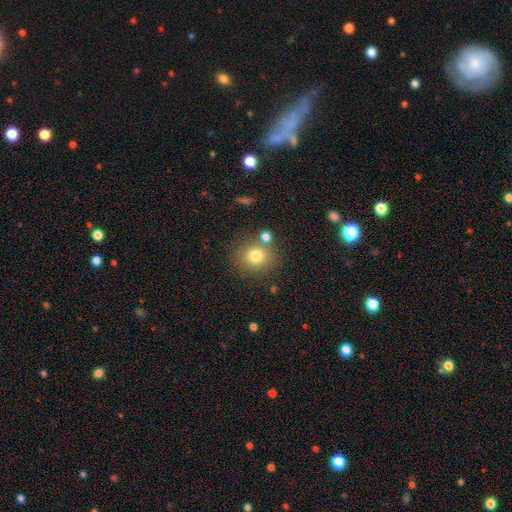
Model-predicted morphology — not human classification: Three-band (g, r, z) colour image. It shows a smooth galaxy with no disk features (77%) that is round (81%). Merging: none (72%).